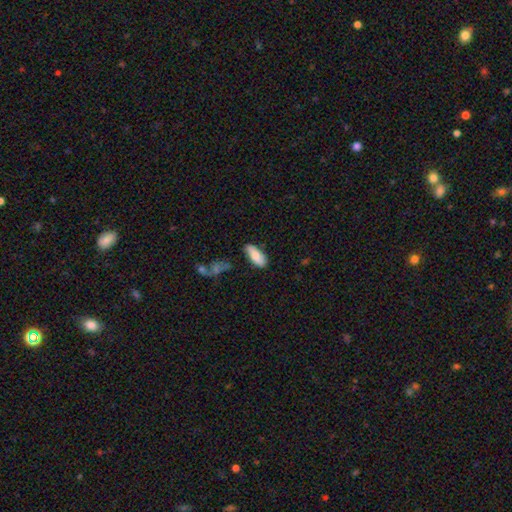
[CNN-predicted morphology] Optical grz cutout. It shows a smooth galaxy with no disk features (78%) that is in between round and cigar-shaped (84%). Merging: none (74%).